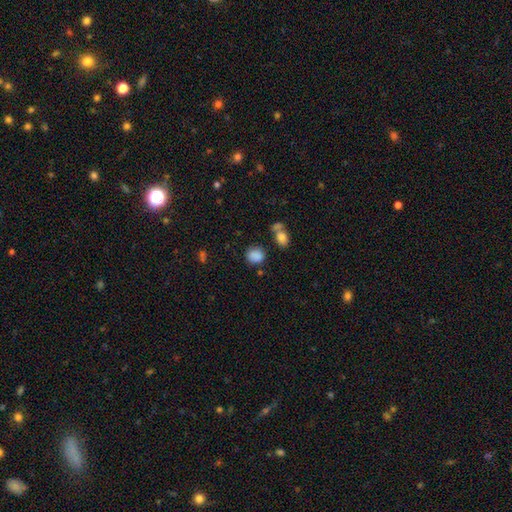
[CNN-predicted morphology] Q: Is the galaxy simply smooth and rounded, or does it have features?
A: smooth — 85%.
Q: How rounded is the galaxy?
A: round — 68%.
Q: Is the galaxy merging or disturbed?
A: none — 71%.